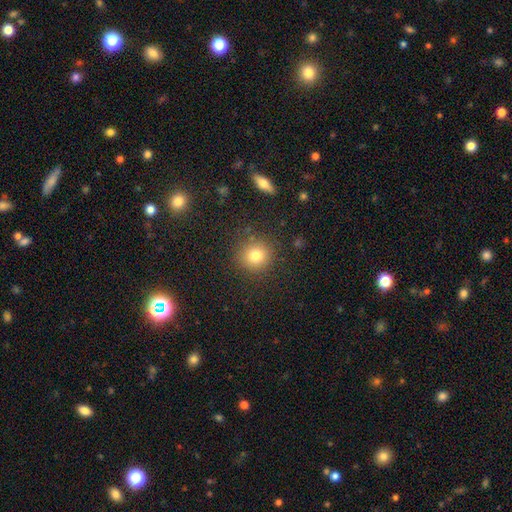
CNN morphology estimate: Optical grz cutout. It shows a smooth galaxy with no disk features (79%) that is round (90%). Merging: none (87%).